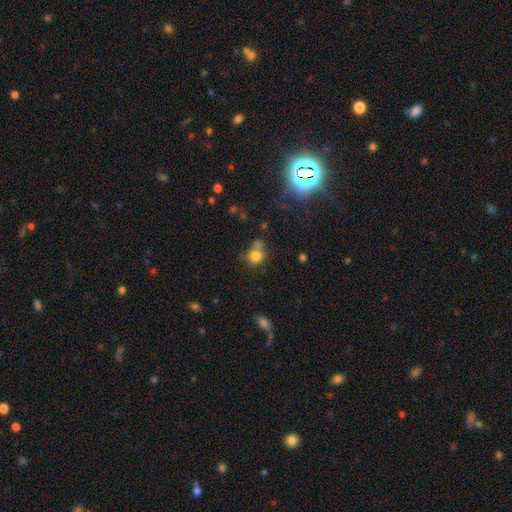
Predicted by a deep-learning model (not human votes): smooth 77%, star or artifact 14%, featured or disk 9%. Down the decision tree: how rounded — round (83%); merging — none (51%).